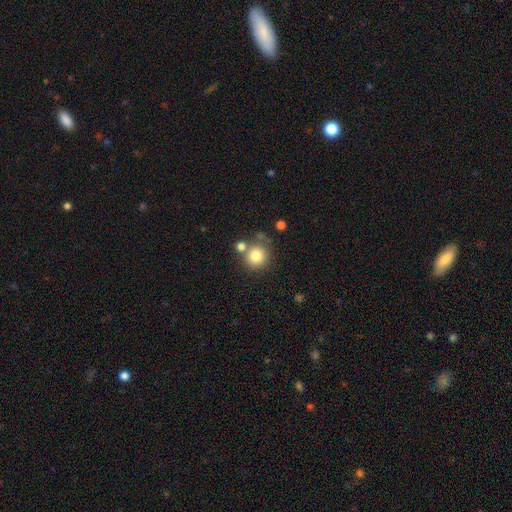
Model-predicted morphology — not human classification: Smooth or featured: smooth — 81% (star or artifact — 11%)
How rounded: round — 91% (in between — 8%)
Merging: none — 67% (merger — 18%)